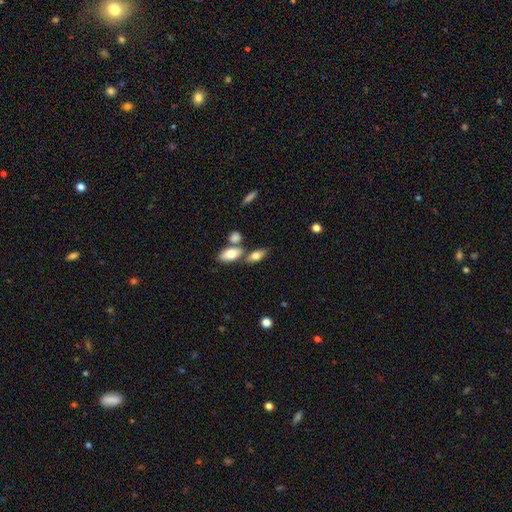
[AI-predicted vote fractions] The model was most divided on "merging": none: 55%, merger: 28%, minor disturbance: 13%, major disturbance: 4%. More confident: how rounded — in between (81%); smooth or featured — smooth (73%).